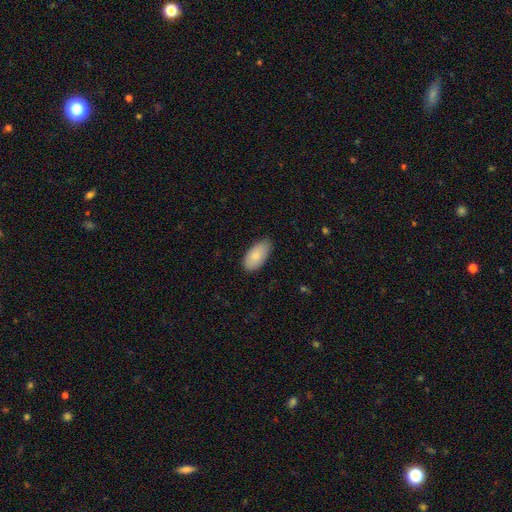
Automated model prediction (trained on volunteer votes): Q: Smooth or featured?
A: smooth (85%); runner-up: featured or disk (9%)
Q: How rounded?
A: in between (94%); runner-up: cigar-shaped (3%)
Q: Merging?
A: none (77%); runner-up: minor disturbance (20%)